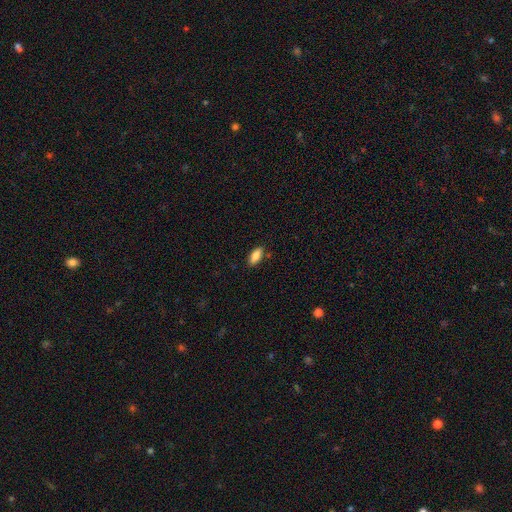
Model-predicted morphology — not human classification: Smooth or featured? smooth (84%)
How rounded? in between (82%)
Merging? none (86%)